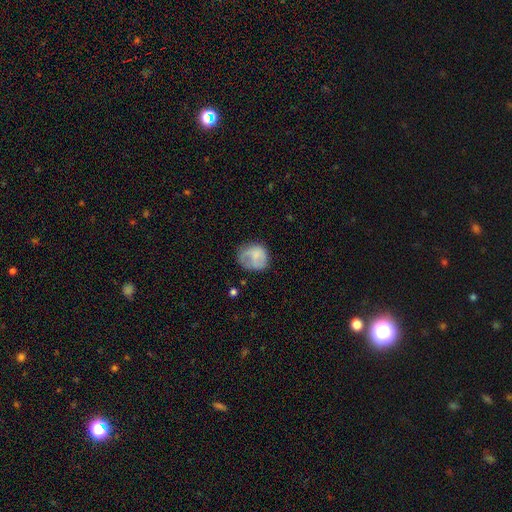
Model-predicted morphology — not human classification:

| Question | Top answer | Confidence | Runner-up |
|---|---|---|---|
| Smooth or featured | smooth | 66% | featured or disk (25%) |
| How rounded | round | 73% | in between (26%) |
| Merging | none | 48% | minor disturbance (28%) |